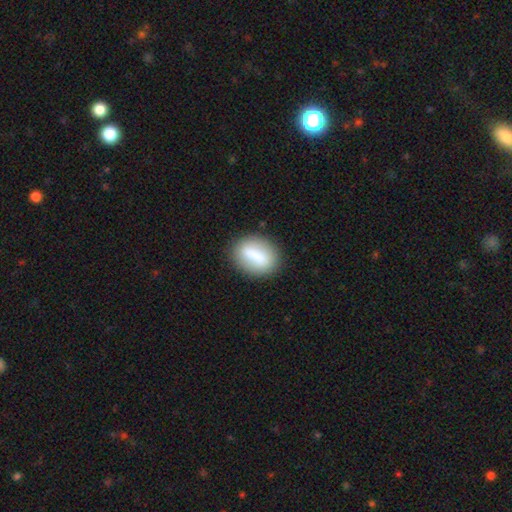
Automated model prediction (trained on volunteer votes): Smooth or featured: smooth — 69% (featured or disk — 23%)
How rounded: in between — 67% (round — 27%)
Merging: none — 79% (minor disturbance — 13%)